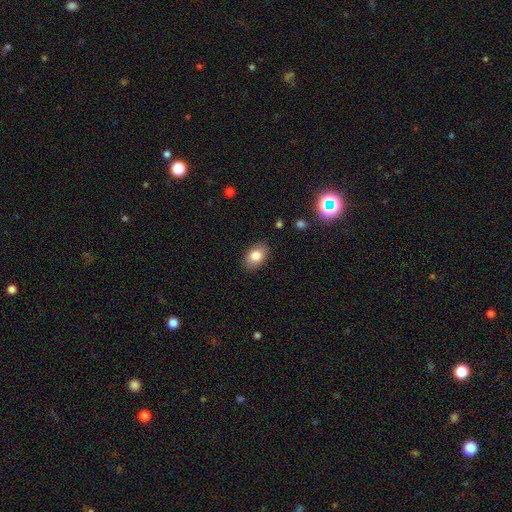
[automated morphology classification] Smooth or featured? smooth (81%)
How rounded? in between (86%)
Merging? none (86%)